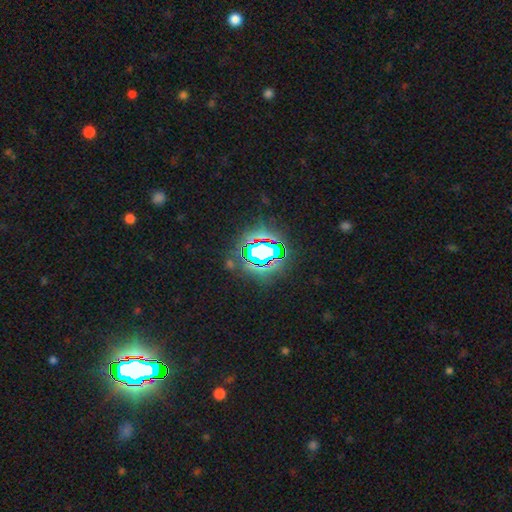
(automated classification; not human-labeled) Smooth or featured: star or artifact — 76% (smooth — 15%)